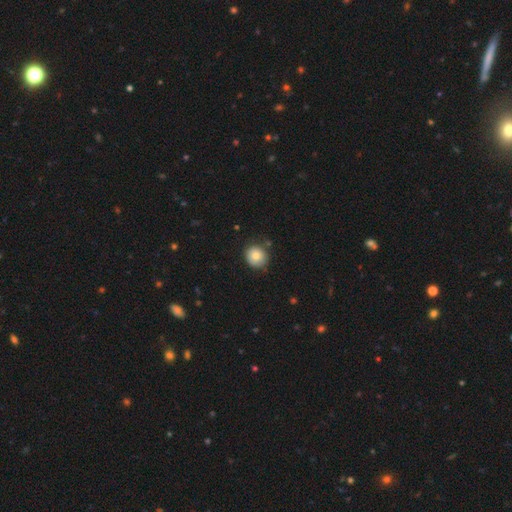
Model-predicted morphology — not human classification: A smooth galaxy with no disk features (79%) that is round (87%). Merging: none (77%).